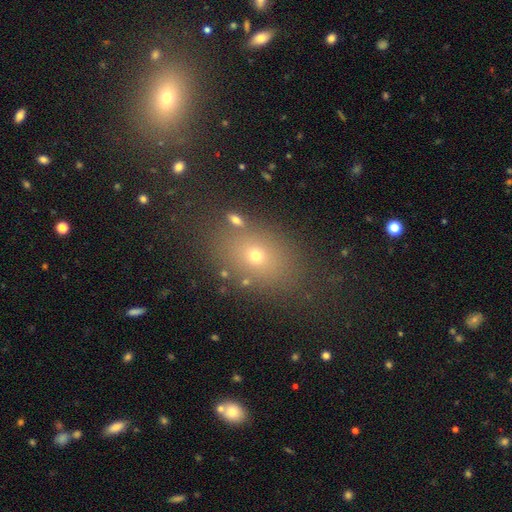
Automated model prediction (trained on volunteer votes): The model was most divided on "how rounded": in between: 66%, round: 32%, cigar-shaped: 2%. More confident: merging — none (77%); smooth or featured — smooth (65%).